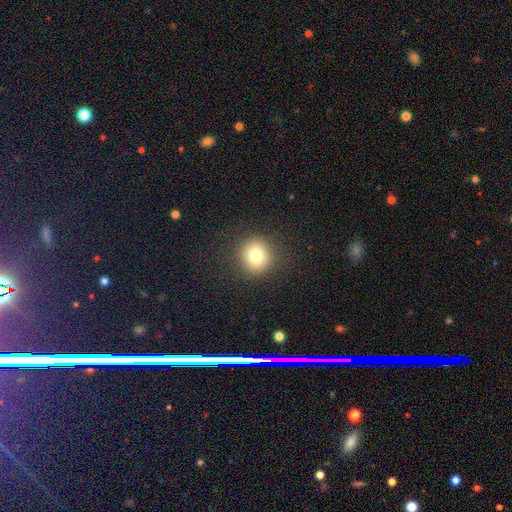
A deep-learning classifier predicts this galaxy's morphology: type=smooth (79%); roundness=round (91%); merging=none (90%).